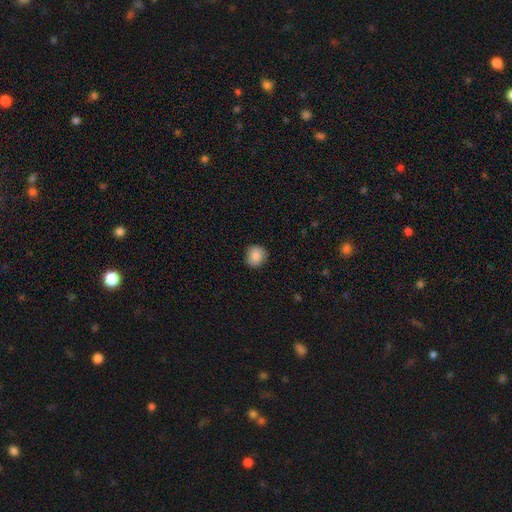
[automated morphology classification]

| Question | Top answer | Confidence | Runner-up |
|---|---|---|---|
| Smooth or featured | smooth | 86% | star or artifact (8%) |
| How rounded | round | 90% | in between (9%) |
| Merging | none | 89% | minor disturbance (8%) |